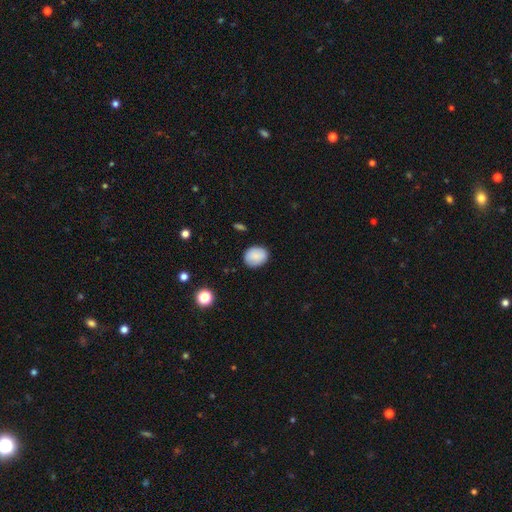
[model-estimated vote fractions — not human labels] Smooth or featured? Predicted: smooth (p=0.86). How rounded? Predicted: round (p=0.51). Merging? Predicted: none (p=0.84).